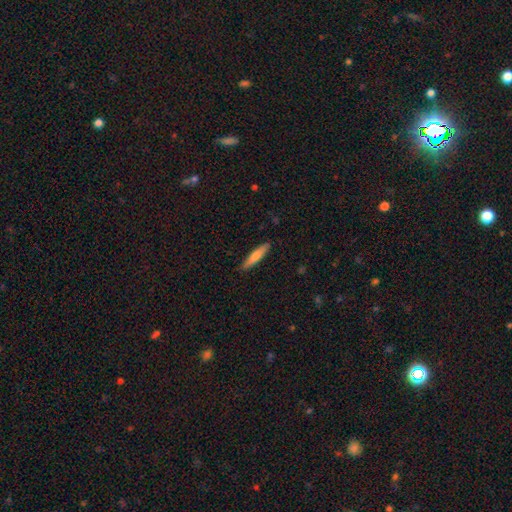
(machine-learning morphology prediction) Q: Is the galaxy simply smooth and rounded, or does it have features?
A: smooth — 72%.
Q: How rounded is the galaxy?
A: cigar-shaped — 86%.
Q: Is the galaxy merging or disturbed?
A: none — 88%.